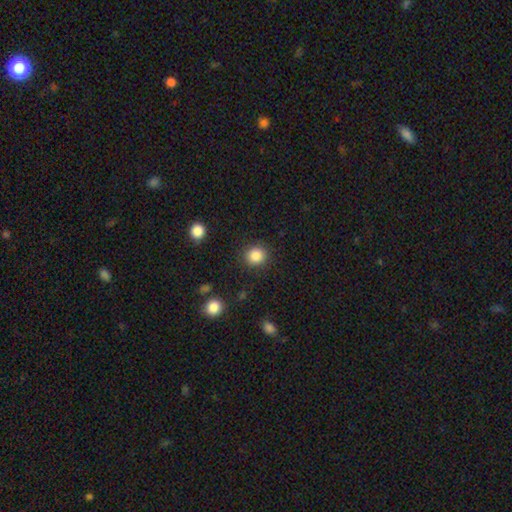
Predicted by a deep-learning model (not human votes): Overall: smooth (86%). How rounded: round (87%). Merging: none (89%).